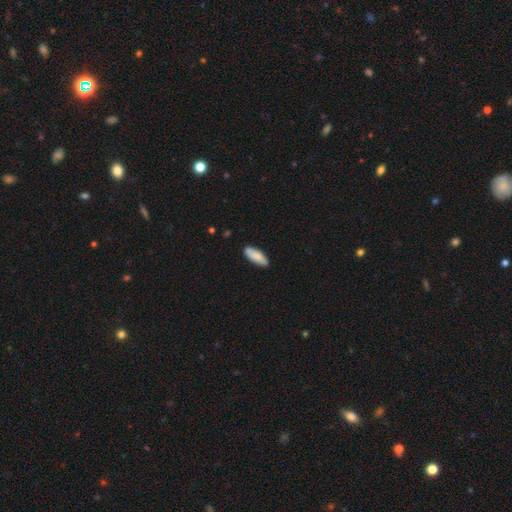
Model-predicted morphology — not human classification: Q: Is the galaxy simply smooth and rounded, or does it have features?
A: smooth — 85%.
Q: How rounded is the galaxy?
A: in between — 66%.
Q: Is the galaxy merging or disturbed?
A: none — 86%.